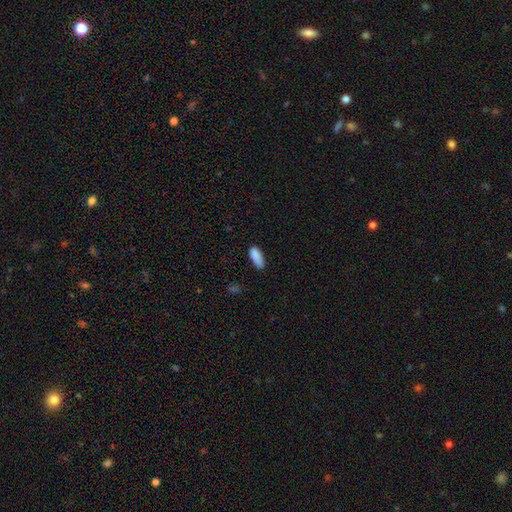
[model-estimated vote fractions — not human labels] Overall: smooth (87%). How rounded: in between (78%). Merging: none (66%; minor disturbance 27%).